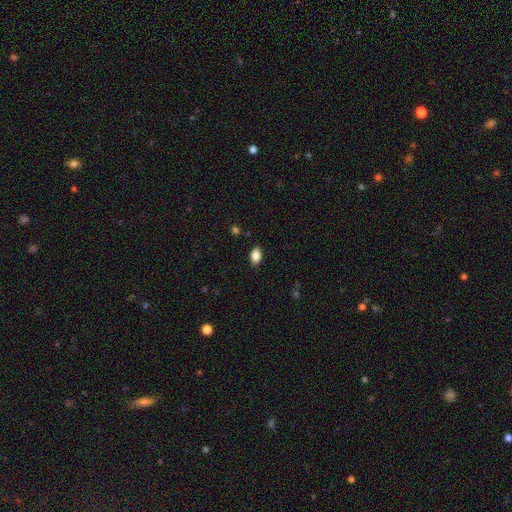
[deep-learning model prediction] A smooth galaxy with no disk features (86%) that is in between round and cigar-shaped (88%). Merging: none (86%).